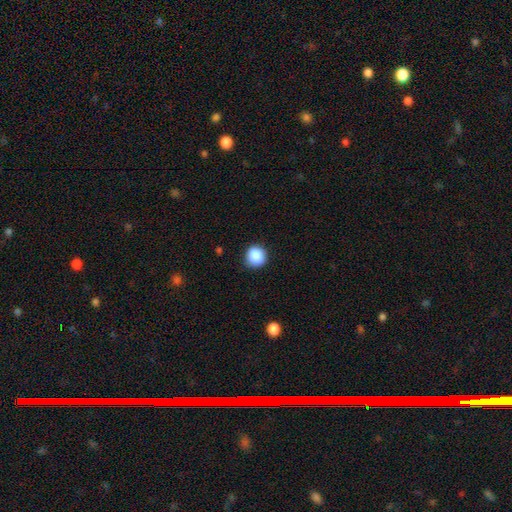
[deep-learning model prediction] This is clearly a smooth galaxy (88%). How rounded: clearly round (86%). Merging: clearly none (86%).